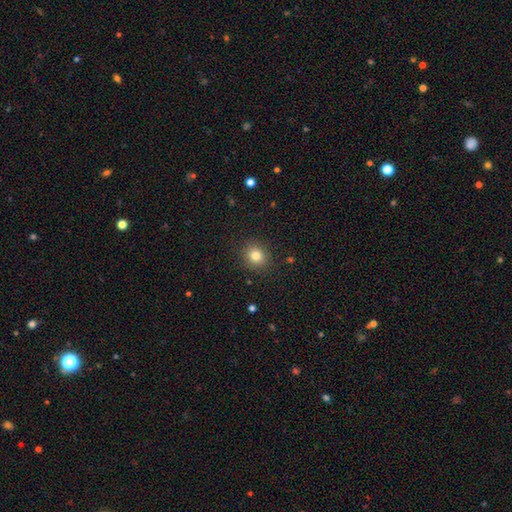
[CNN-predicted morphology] A smooth galaxy with no disk features (81%) that is round (83%). Merging: none (89%).